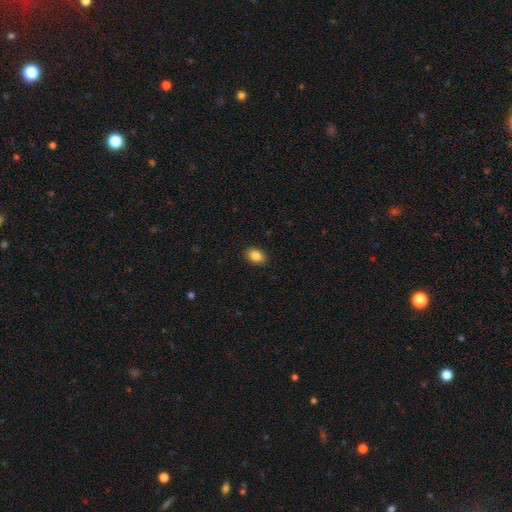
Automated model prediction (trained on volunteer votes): This is clearly a smooth galaxy (87%). How rounded: likely in between (78%). Merging: clearly none (90%).